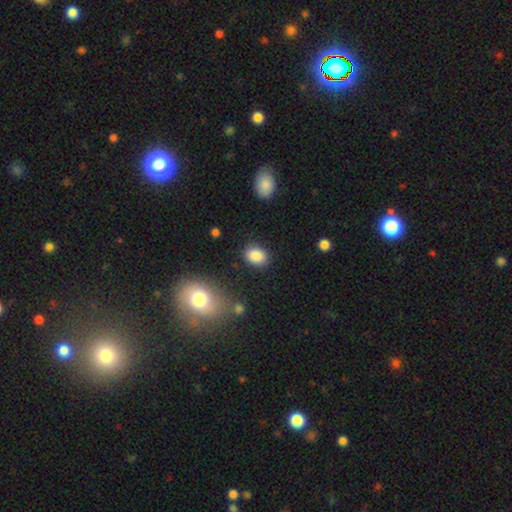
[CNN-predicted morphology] Smooth or featured? Predicted: smooth (p=0.87). How rounded? Predicted: in between (p=0.64). Merging? Predicted: none (p=0.84).